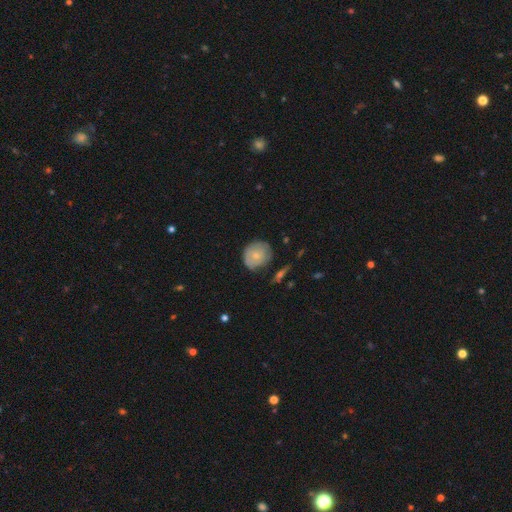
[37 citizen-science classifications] smooth-or-featured: smooth: 65% | featured or disk: 30% | star or artifact: 5%
  how-rounded: round: 75% | in between: 25% | cigar-shaped: 0%
  merging: none: 51% | minor disturbance: 40% | major disturbance: 9% | merger: 0%